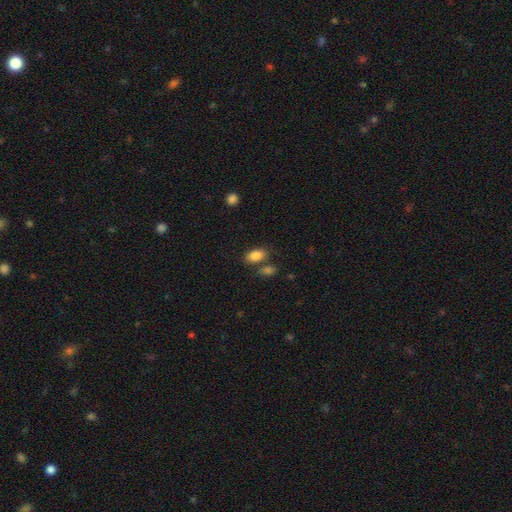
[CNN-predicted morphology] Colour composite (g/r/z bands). It shows a smooth galaxy with no disk features (86%) that is in between round and cigar-shaped (91%). Merging: none (66%).